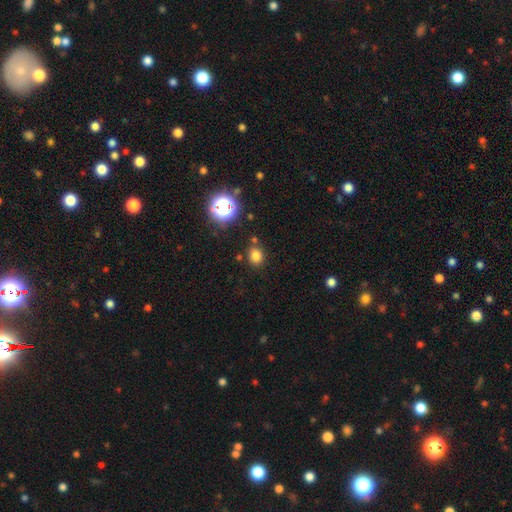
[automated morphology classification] Smooth or featured? smooth (77%)
How rounded? round (66%)
Merging? none (78%)